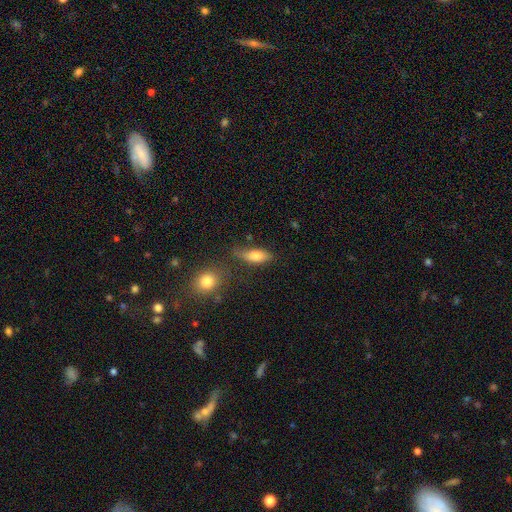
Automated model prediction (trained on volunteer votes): Smooth or featured?
  - smooth: 77% *
  - featured or disk: 15%
  - star or artifact: 9%
How rounded?
  - in between: 75% *
  - cigar-shaped: 21%
  - round: 4%
Merging?
  - none: 63% *
  - minor disturbance: 20%
  - merger: 9%
  - major disturbance: 7%